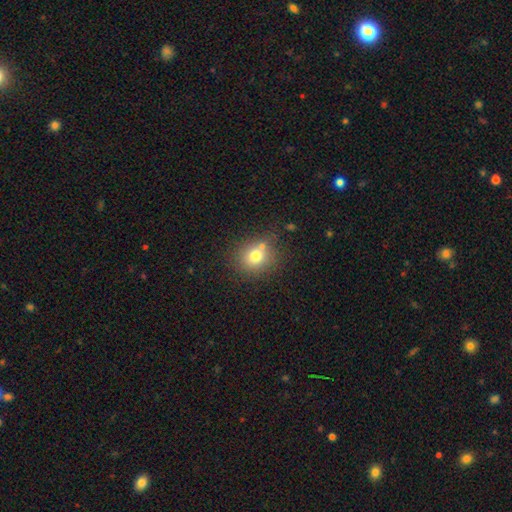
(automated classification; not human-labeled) Smooth or featured? Predicted: smooth (p=0.74). How rounded? Predicted: round (p=0.78). Merging? Predicted: none (p=0.67).